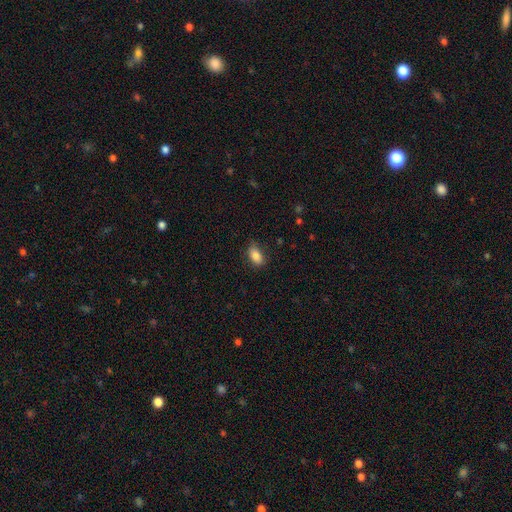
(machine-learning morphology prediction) The model was most divided on "merging": none: 77%, minor disturbance: 18%, major disturbance: 4%, merger: 1%. More confident: how rounded — in between (89%); smooth or featured — smooth (85%).